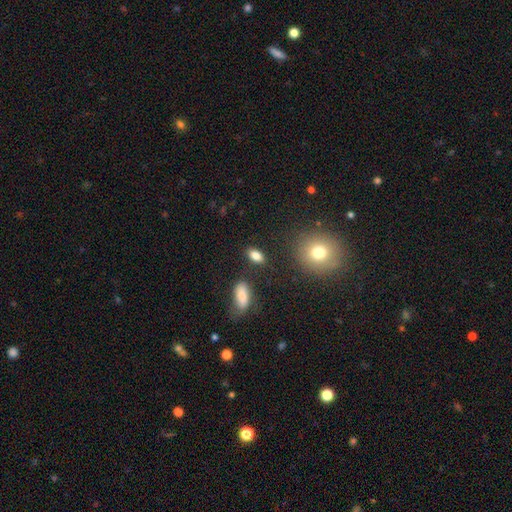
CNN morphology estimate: smooth 82%, featured or disk 9%, star or artifact 9%. Down the decision tree: how rounded — in between (87%); merging — none (83%).